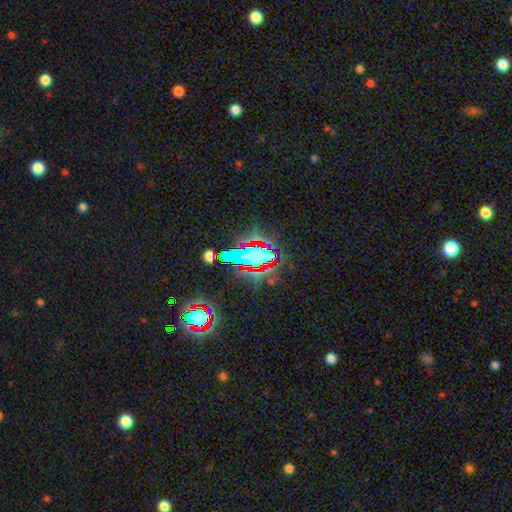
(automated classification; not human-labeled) Morphology: type=star or artifact (55%).